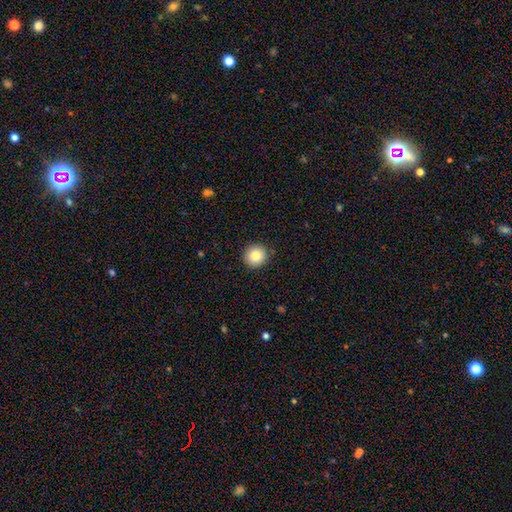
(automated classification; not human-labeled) smooth 84%, star or artifact 9%, featured or disk 7%. Down the decision tree: how rounded — round (91%); merging — none (90%).